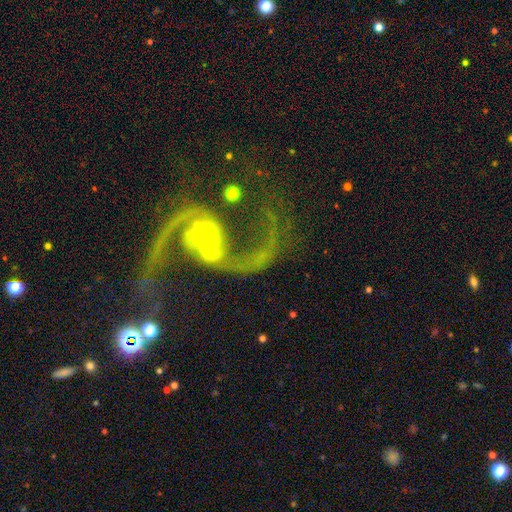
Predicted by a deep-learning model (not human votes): Smooth or featured: featured or disk — 92% (star or artifact — 5%)
Edge-on disk: no — 98% (yes — 2%)
Bar: weak — 42% (no — 34%)
Spiral arms: yes — 98% (no — 2%)
Spiral winding: loose — 63% (medium — 31%)
Spiral arm count: 2 — 94% (1 — 2%)
Bulge size: small — 58% (moderate — 33%)
Merging: none — 67% (major disturbance — 14%)